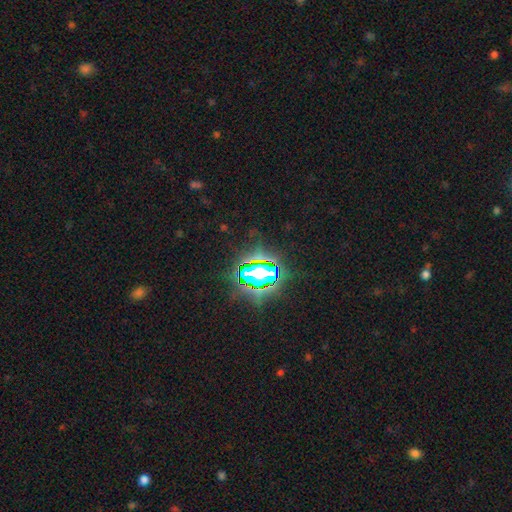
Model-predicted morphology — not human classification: Smooth or featured: star or artifact — 77% (smooth — 12%)